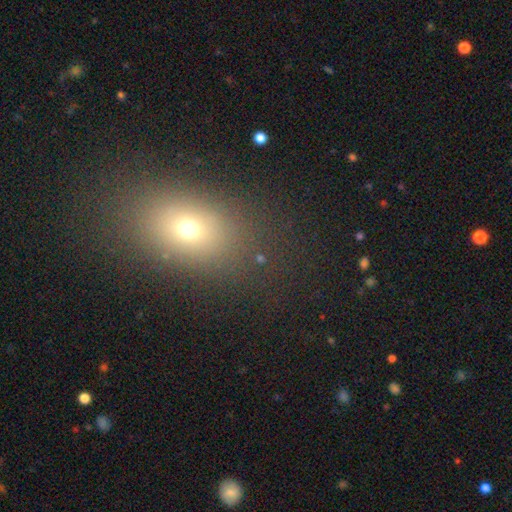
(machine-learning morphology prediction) This is likely a smooth galaxy (61%). How rounded: likely in between (63%). Merging: clearly none (86%).